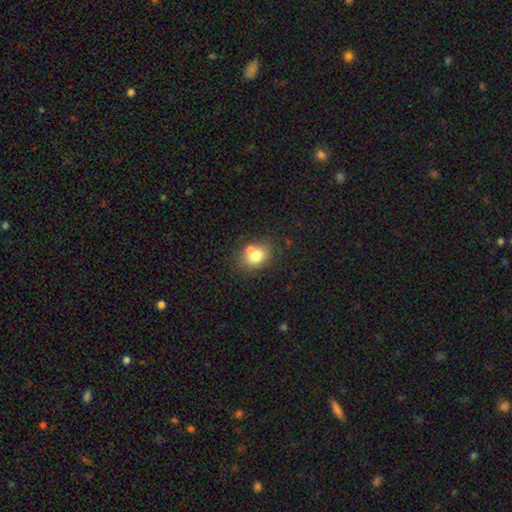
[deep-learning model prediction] A smooth galaxy with no disk features (73%) that is in between round and cigar-shaped (51%). Merging: none (51%).